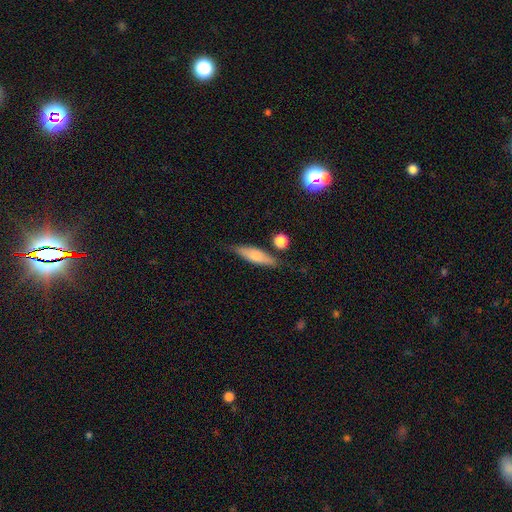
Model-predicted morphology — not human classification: Smooth or featured: smooth — 58% (featured or disk — 36%)
How rounded: cigar-shaped — 61% (in between — 36%)
Merging: none — 76% (minor disturbance — 15%)